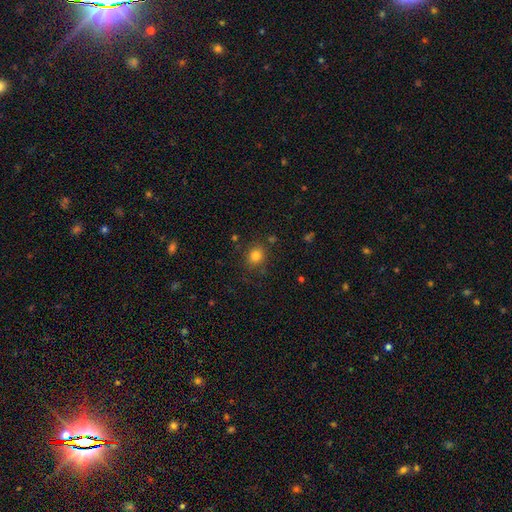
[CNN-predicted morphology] Q: Smooth or featured?
A: smooth (81%); runner-up: star or artifact (12%)
Q: How rounded?
A: round (74%); runner-up: in between (25%)
Q: Merging?
A: none (80%); runner-up: minor disturbance (12%)